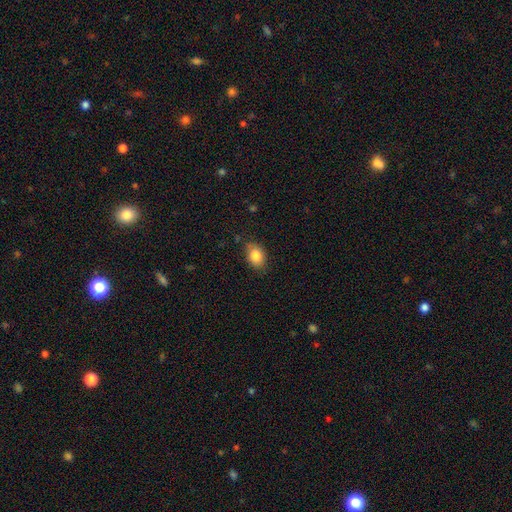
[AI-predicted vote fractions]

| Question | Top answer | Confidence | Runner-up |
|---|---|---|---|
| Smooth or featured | smooth | 84% | star or artifact (8%) |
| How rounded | in between | 76% | round (23%) |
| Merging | none | 79% | minor disturbance (17%) |